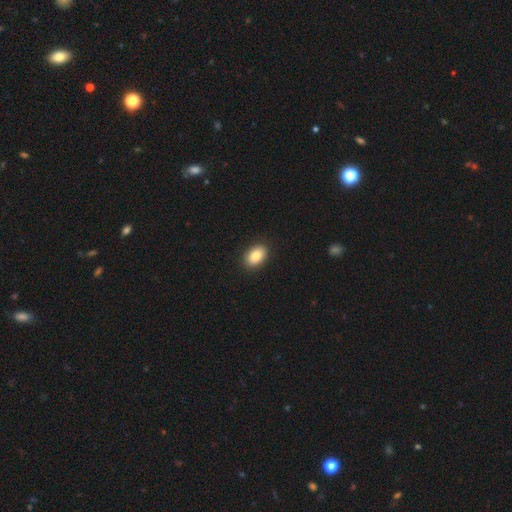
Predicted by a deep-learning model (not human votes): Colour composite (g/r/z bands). It shows a smooth galaxy with no disk features (86%) that is in between round and cigar-shaped (86%). Merging: none (90%).